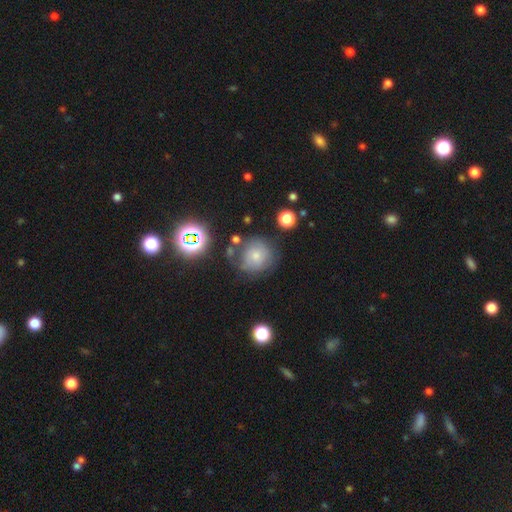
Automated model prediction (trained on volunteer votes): smooth-or-featured: smooth: 66% | featured or disk: 20% | star or artifact: 14%
  how-rounded: round: 89% | in between: 10% | cigar-shaped: 1%
  merging: none: 62% | minor disturbance: 21% | major disturbance: 10% | merger: 7%